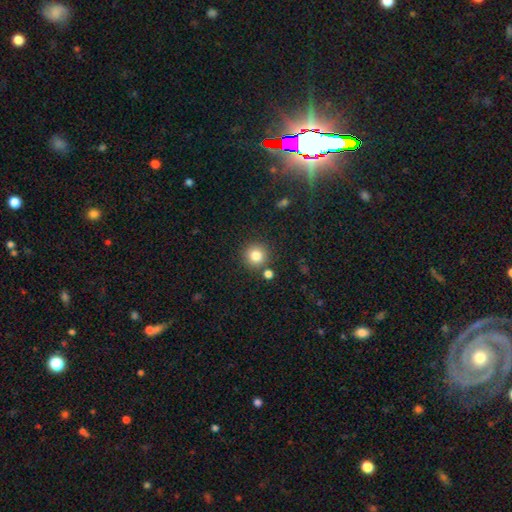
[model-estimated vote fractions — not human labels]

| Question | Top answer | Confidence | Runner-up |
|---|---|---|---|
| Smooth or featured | smooth | 82% | star or artifact (12%) |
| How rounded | round | 94% | in between (5%) |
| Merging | none | 84% | minor disturbance (7%) |